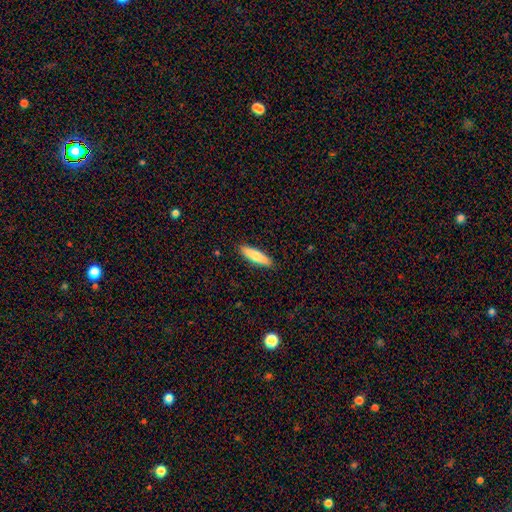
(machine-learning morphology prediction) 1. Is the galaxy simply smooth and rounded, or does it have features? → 78% smooth, 17% featured or disk, 6% star or artifact.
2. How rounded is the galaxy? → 73% cigar-shaped, 26% in between, 1% round.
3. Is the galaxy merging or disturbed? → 90% none, 7% minor disturbance, 2% major disturbance, 1% merger.